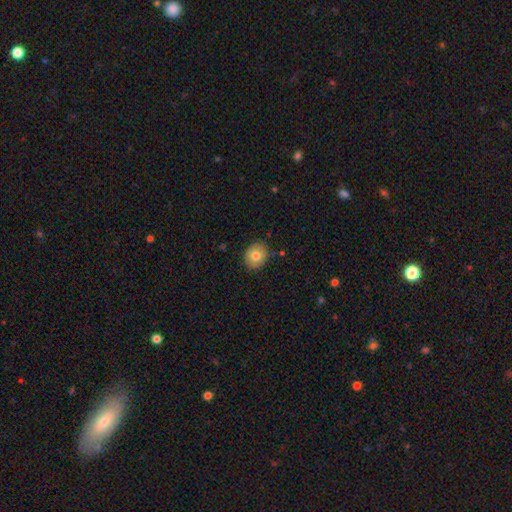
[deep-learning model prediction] smooth-or-featured: smooth: 79% | featured or disk: 13% | star or artifact: 9%
  how-rounded: round: 68% | in between: 32% | cigar-shaped: 1%
  merging: none: 85% | minor disturbance: 11% | major disturbance: 2% | merger: 2%